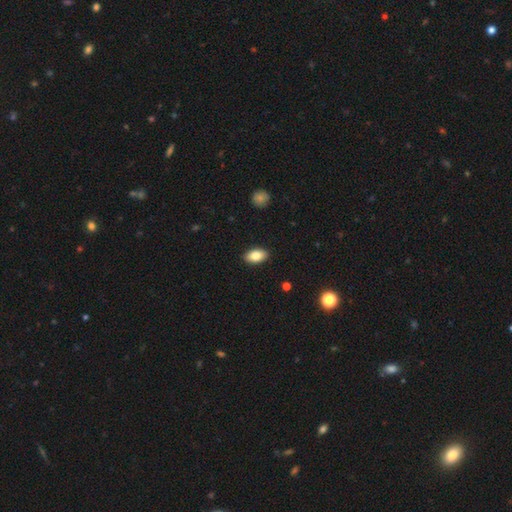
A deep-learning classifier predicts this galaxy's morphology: Smooth or featured? smooth (82%)
How rounded? in between (92%)
Merging? none (90%)